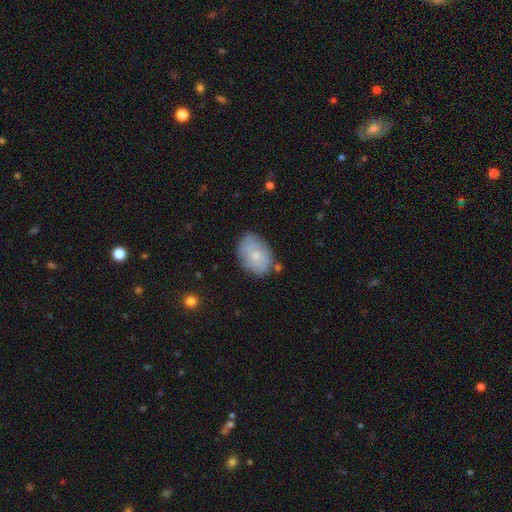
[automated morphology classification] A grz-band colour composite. It shows a smooth galaxy with no disk features (57%) that is in between round and cigar-shaped (81%). Merging: none (76%).